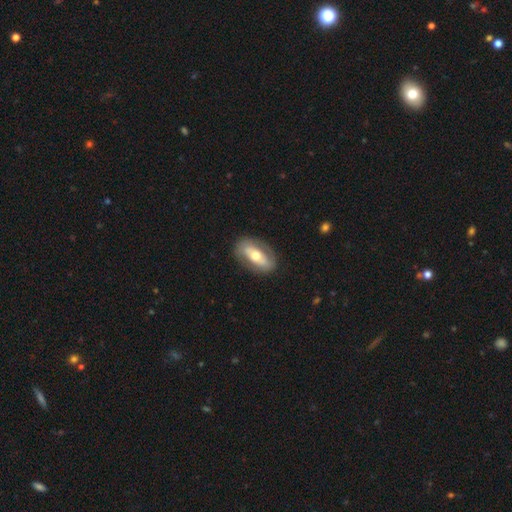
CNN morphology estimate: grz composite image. It shows a featured or disk galaxy (58%). Merging: none (81%).